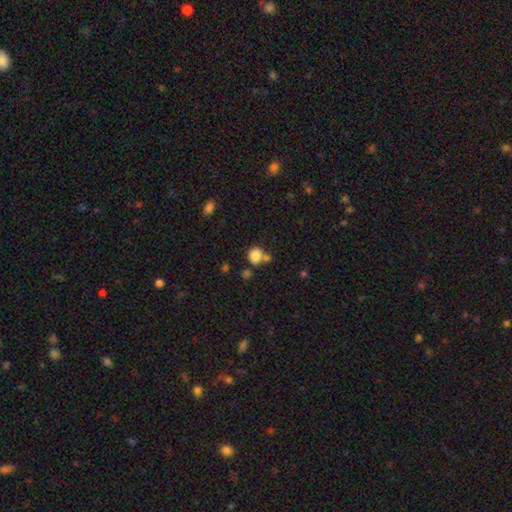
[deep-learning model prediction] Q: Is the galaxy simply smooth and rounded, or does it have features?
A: smooth — 83%.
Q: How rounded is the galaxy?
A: round — 73%.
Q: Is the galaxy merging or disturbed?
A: none — 54%.